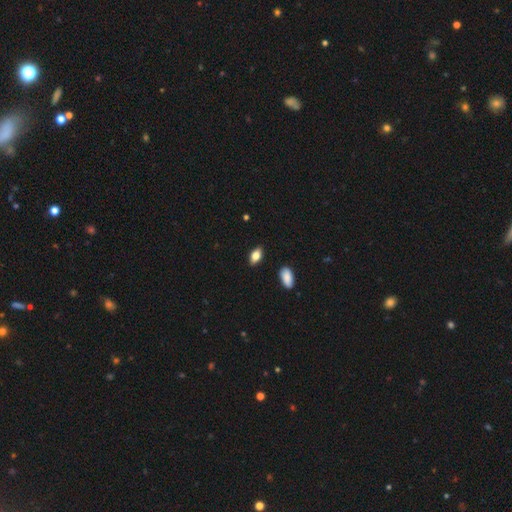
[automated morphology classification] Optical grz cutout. It shows a smooth galaxy with no disk features (75%) that is in between round and cigar-shaped (87%). Merging: none (86%).